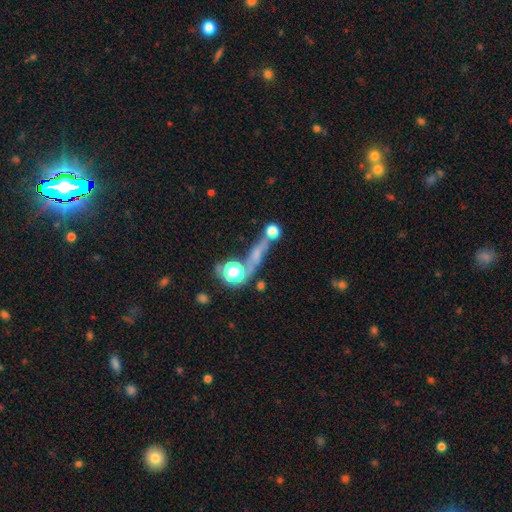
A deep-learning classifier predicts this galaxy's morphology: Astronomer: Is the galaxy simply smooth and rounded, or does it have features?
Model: featured or disk — 38% (runner-up: smooth, 35%).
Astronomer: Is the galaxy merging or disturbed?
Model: none — 52%.